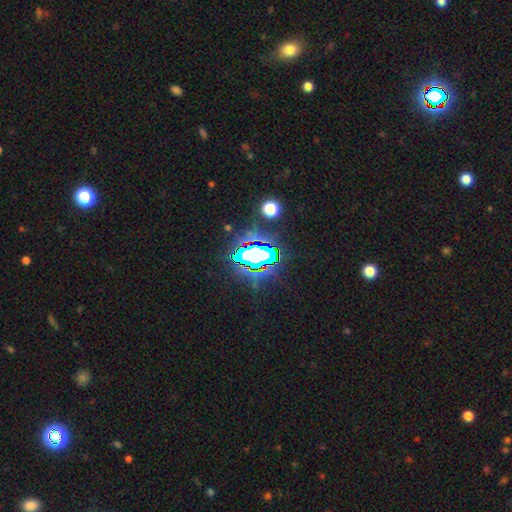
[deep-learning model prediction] Morphology: type=star or artifact (70%).